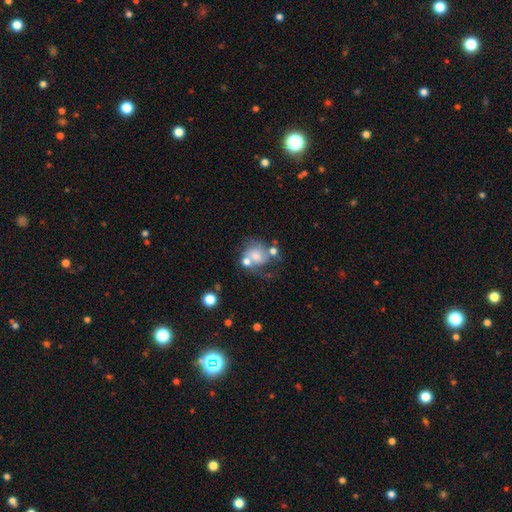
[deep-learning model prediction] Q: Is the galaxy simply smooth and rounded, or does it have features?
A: featured or disk — 62%.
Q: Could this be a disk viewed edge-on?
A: no — 98%.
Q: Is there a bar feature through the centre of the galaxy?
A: no — 64%.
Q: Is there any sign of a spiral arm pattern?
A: yes — 82%.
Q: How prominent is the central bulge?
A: moderate — 34%.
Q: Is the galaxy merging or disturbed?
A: none — 35%.